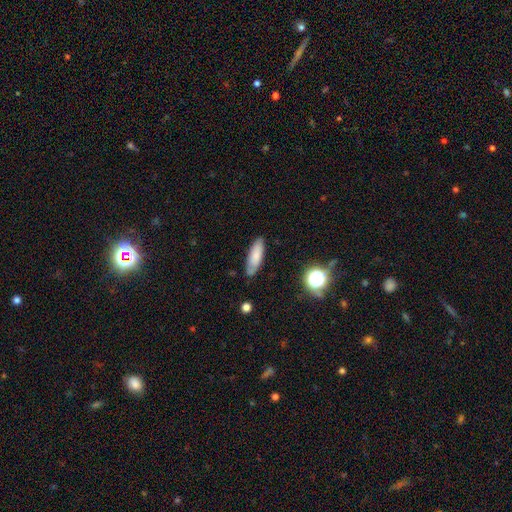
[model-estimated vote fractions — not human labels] Smooth or featured? smooth (73%)
How rounded? in between (53%)
Merging? none (77%)